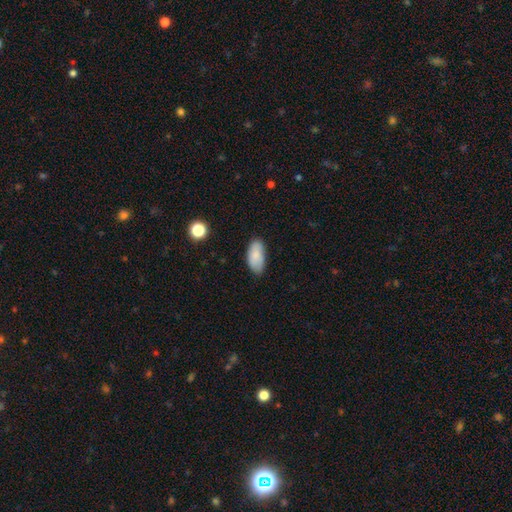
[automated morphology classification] smooth_or_featured: smooth (p=0.82) [alt: featured or disk p=0.11]
how_rounded: in between (p=0.93) [alt: cigar-shaped p=0.05]
merging: none (p=0.77) [alt: minor disturbance p=0.19]